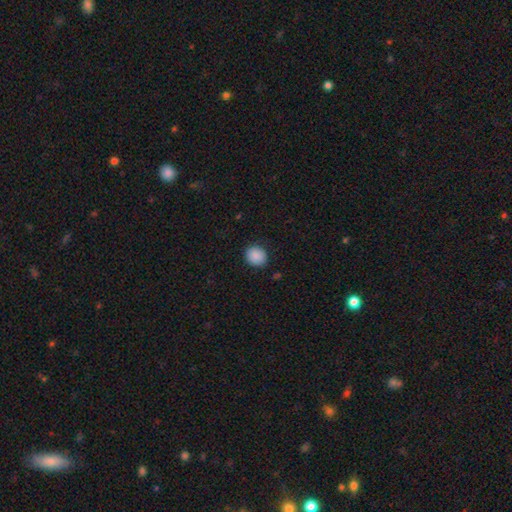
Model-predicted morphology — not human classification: smooth 89%, star or artifact 8%, featured or disk 3%. Down the decision tree: how rounded — round (80%); merging — none (87%).